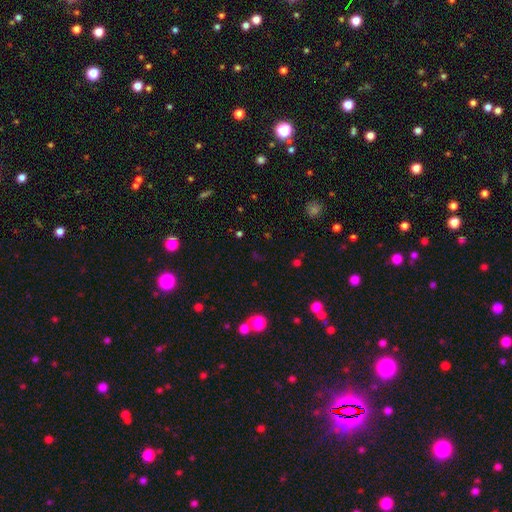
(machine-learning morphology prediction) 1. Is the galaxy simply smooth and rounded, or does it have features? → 52% star or artifact, 38% smooth, 10% featured or disk.